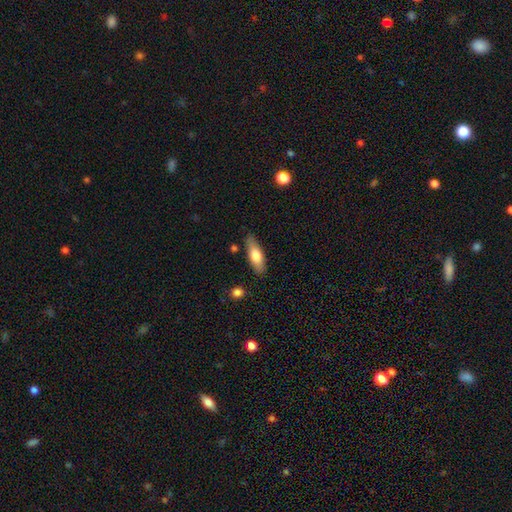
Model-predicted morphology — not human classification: Smooth or featured? smooth (69%)
How rounded? in between (59%)
Merging? none (81%)